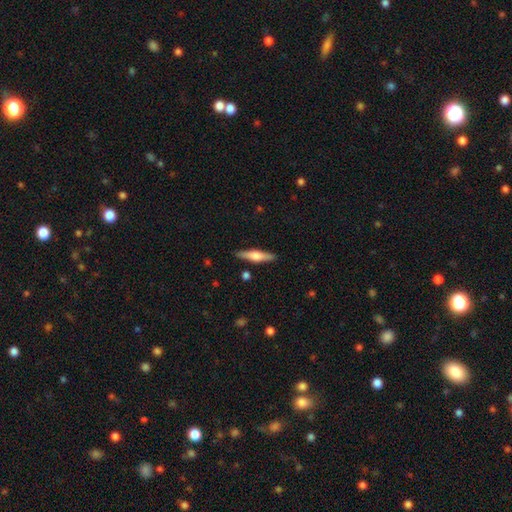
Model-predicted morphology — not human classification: This appears to be a featured or disk galaxy (50%) viewed edge-on (95%). Merging: none (89%).